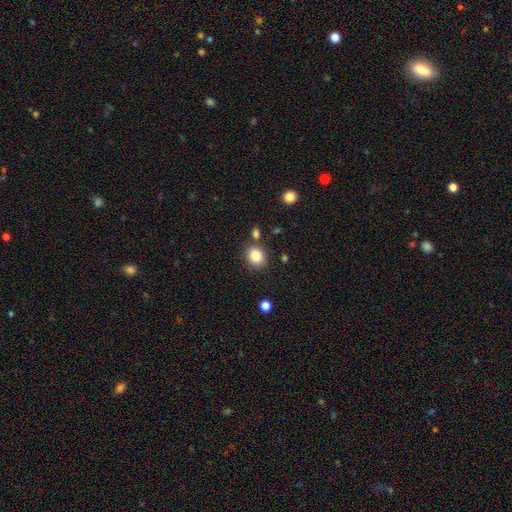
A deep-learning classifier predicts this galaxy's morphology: The model was most divided on "how rounded": round: 69%, in between: 30%, cigar-shaped: 1%. More confident: smooth or featured — smooth (85%); merging — none (78%).